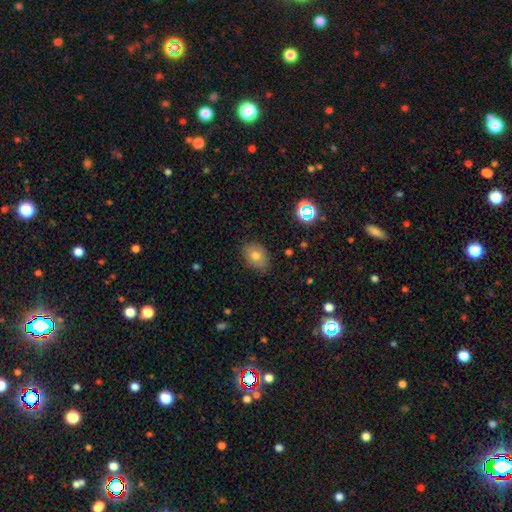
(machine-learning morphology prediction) This appears to be a smooth galaxy with no disk features (74%) that is in between round and cigar-shaped (71%). Merging: none (84%).